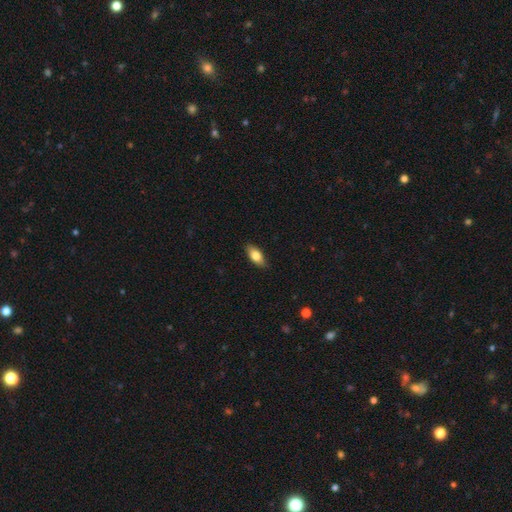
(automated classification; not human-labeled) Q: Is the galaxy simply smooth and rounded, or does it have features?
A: smooth — 78%.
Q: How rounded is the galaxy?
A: in between — 85%.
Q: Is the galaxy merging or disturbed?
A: none — 86%.